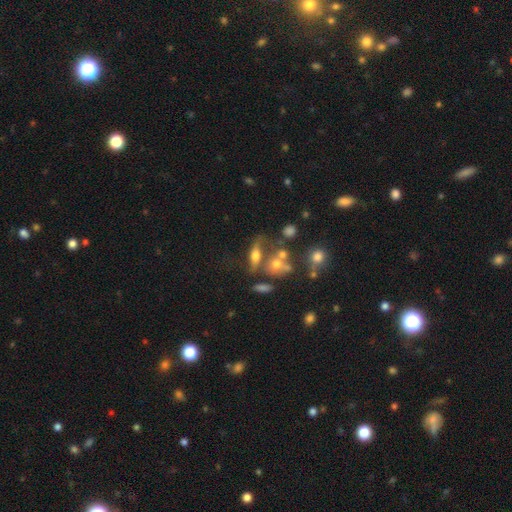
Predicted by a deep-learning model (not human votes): The model was most divided on "smooth or featured": smooth: 45%, featured or disk: 42%, star or artifact: 13%. Remaining: merging — none (43%).